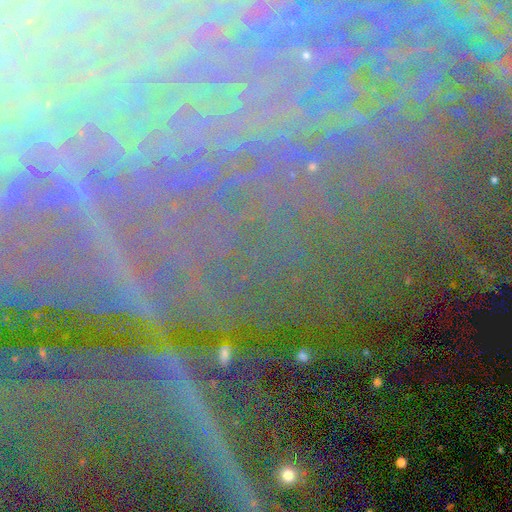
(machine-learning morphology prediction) Smooth or featured?
  - star or artifact: 80% *
  - featured or disk: 11%
  - smooth: 9%